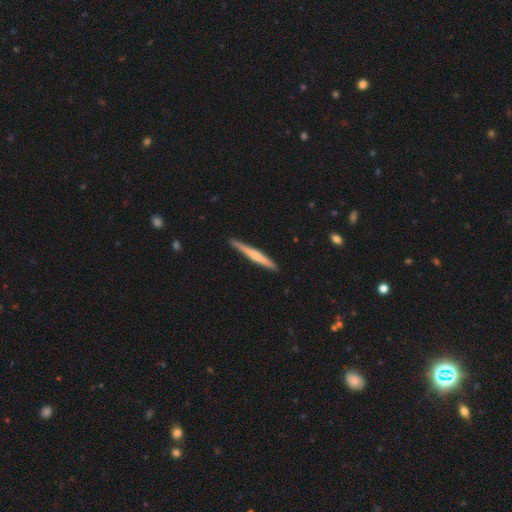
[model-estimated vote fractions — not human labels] A smooth galaxy with no disk features (48%). Merging: none (87%).